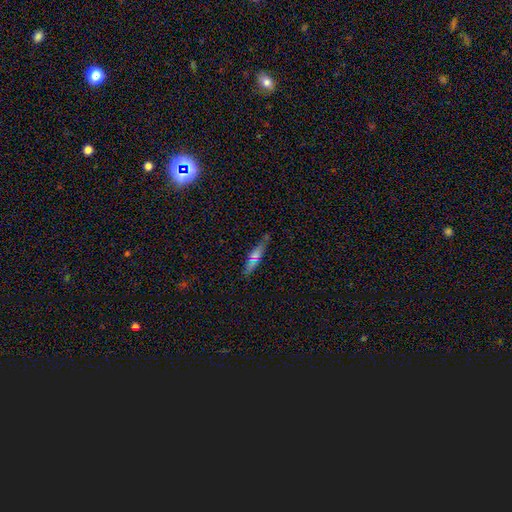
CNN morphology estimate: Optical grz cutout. It shows a featured or disk galaxy (49%). Merging: none (85%).